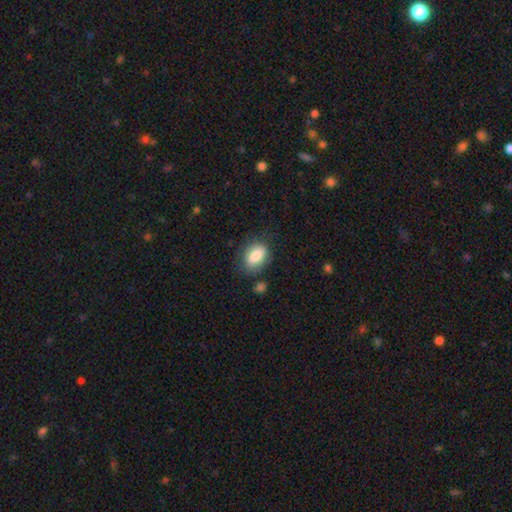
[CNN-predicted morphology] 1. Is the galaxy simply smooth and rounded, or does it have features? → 82% smooth, 11% featured or disk, 7% star or artifact.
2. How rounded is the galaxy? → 81% in between, 17% round, 2% cigar-shaped.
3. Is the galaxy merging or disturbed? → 72% none, 18% minor disturbance, 6% major disturbance, 4% merger.